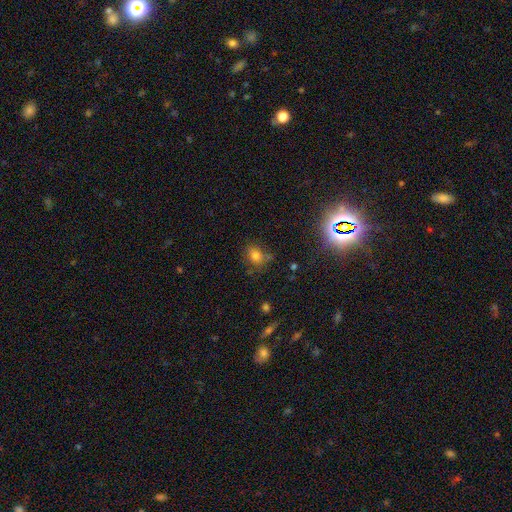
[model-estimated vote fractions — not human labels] Smooth or featured: smooth — 73% (star or artifact — 18%)
How rounded: round — 55% (in between — 44%)
Merging: none — 73% (minor disturbance — 16%)